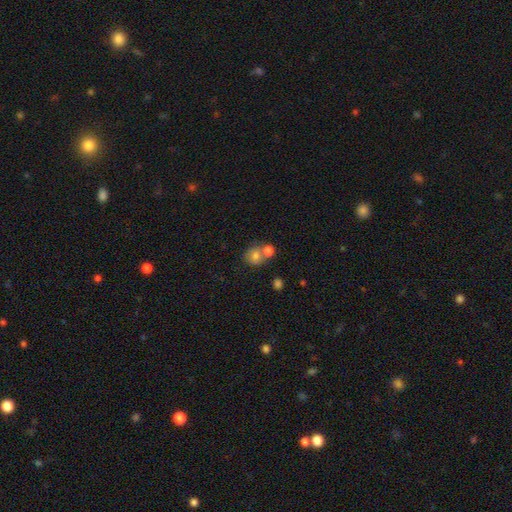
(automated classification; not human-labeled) Q: Smooth or featured?
A: smooth (74%); runner-up: featured or disk (16%)
Q: How rounded?
A: round (72%); runner-up: in between (27%)
Q: Merging?
A: merger (45%); runner-up: none (41%)